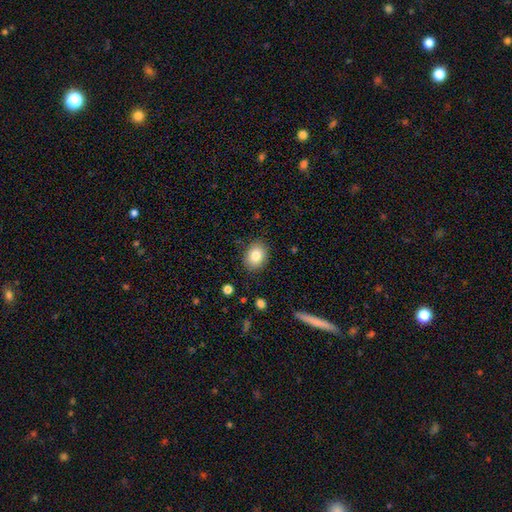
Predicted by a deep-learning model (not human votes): A smooth galaxy with no disk features (82%) that is in between round and cigar-shaped (54%). Merging: none (86%).